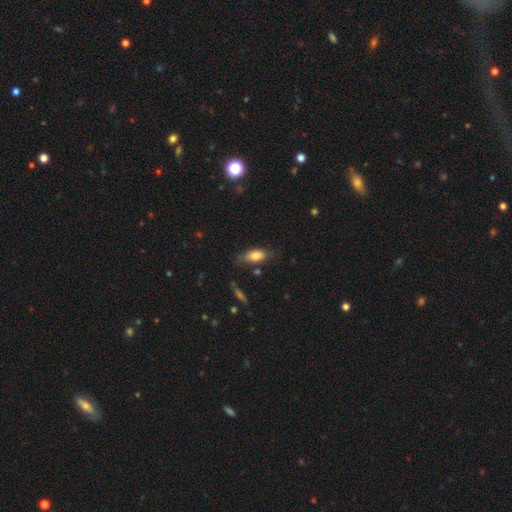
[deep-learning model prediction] Smooth or featured?
  - smooth: 77% *
  - featured or disk: 17%
  - star or artifact: 7%
How rounded?
  - in between: 82% *
  - cigar-shaped: 15%
  - round: 3%
Merging?
  - none: 64% *
  - minor disturbance: 26%
  - major disturbance: 7%
  - merger: 3%